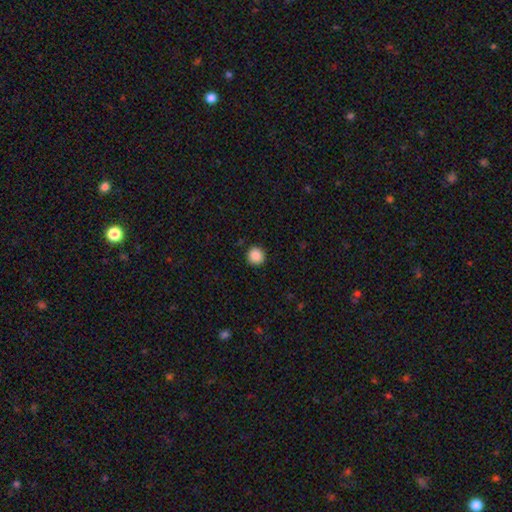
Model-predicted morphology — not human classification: Smooth or featured: smooth — 88% (star or artifact — 9%)
How rounded: round — 94% (in between — 5%)
Merging: none — 92% (minor disturbance — 6%)